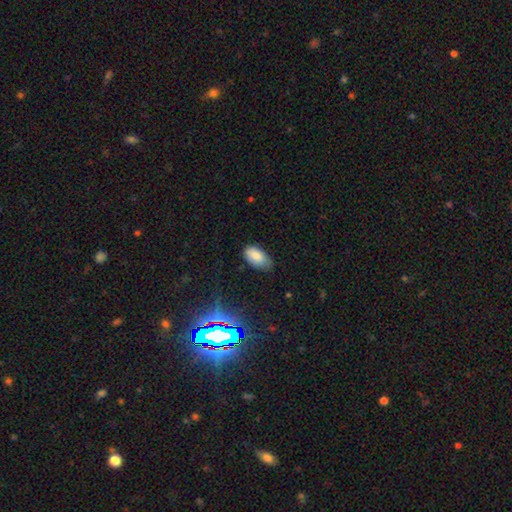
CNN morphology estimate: Smooth or featured: smooth — 82% (star or artifact — 9%)
How rounded: in between — 95% (round — 3%)
Merging: none — 64% (minor disturbance — 29%)